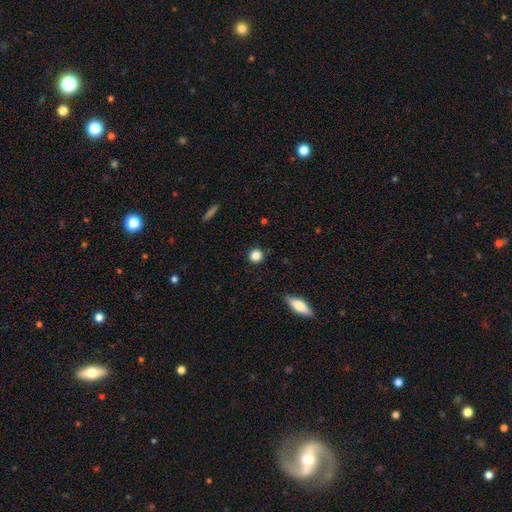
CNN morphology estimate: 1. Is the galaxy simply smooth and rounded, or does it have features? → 85% smooth, 10% star or artifact, 4% featured or disk.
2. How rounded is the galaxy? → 93% round, 6% in between, 1% cigar-shaped.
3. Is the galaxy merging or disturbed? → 91% none, 6% minor disturbance, 2% major disturbance, 1% merger.